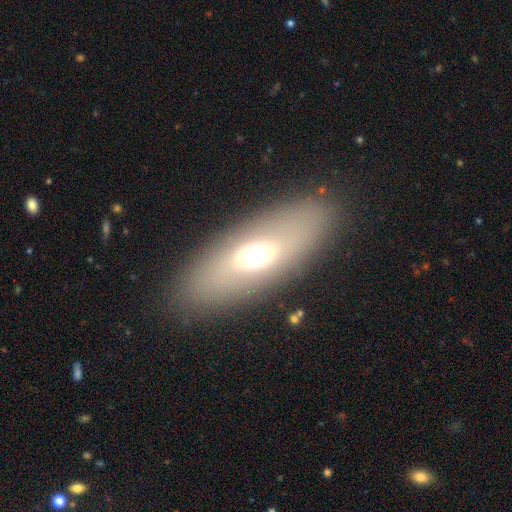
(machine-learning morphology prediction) This is possibly a smooth galaxy (50%). Merging: clearly none (84%).